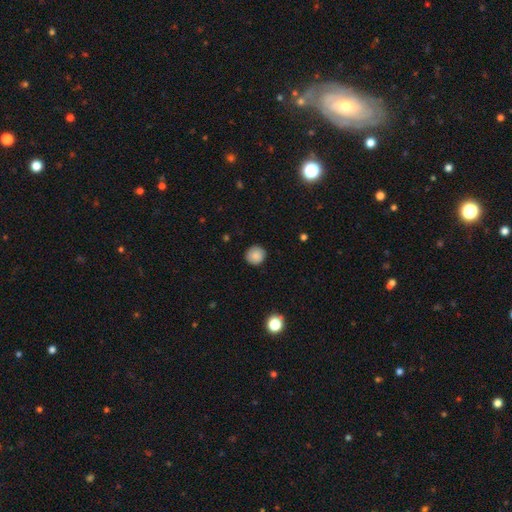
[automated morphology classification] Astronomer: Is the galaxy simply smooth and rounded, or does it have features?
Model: smooth — 86%.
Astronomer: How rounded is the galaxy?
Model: round — 92%.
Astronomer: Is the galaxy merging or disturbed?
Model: none — 90%.